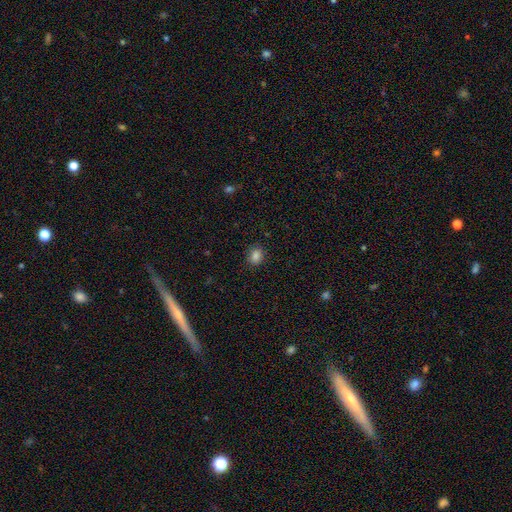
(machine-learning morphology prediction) Smooth or featured? Predicted: smooth (p=0.85). How rounded? Predicted: in between (p=0.54). Merging? Predicted: none (p=0.86).